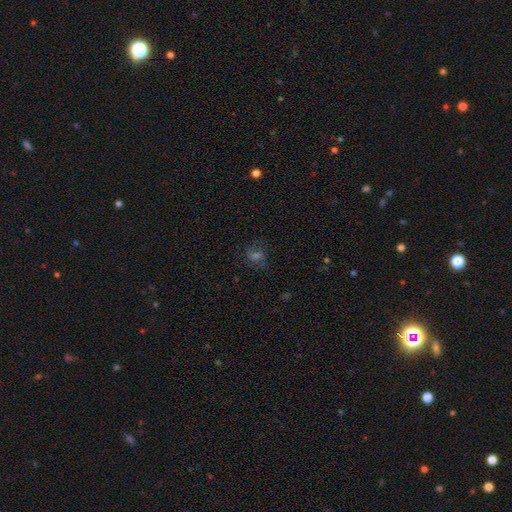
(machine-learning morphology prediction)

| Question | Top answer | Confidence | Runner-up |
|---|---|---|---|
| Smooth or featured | smooth | 40% | star or artifact (32%) |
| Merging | none | 74% | minor disturbance (15%) |